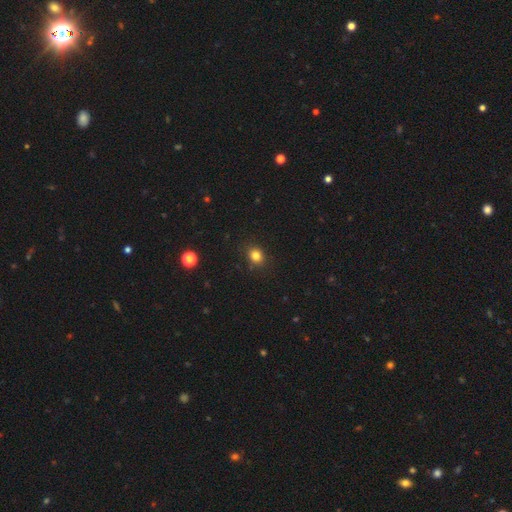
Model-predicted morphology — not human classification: Q: Smooth or featured?
A: smooth (82%); runner-up: star or artifact (13%)
Q: How rounded?
A: round (65%); runner-up: in between (34%)
Q: Merging?
A: none (86%); runner-up: minor disturbance (10%)